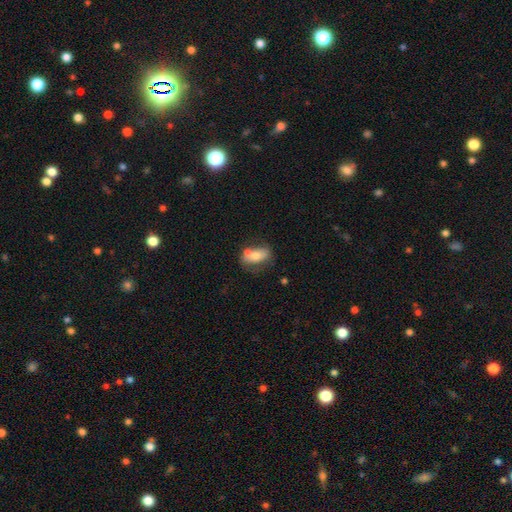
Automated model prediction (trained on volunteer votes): The model was most divided on "merging": none: 43%, merger: 31%, minor disturbance: 18%, major disturbance: 8%. More confident: how rounded — in between (84%); smooth or featured — smooth (64%).